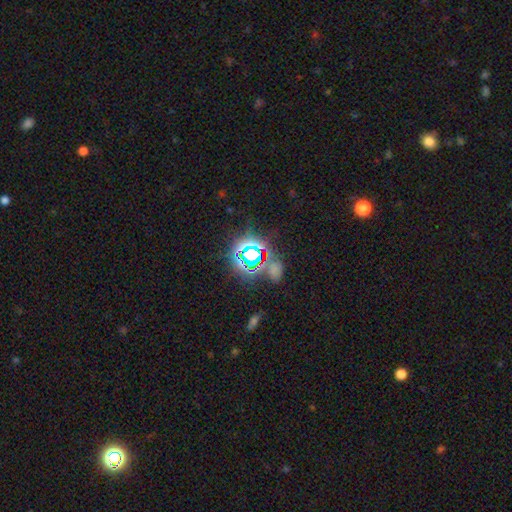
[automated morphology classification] This appears to be a star or artifact, not a galaxy (75%).